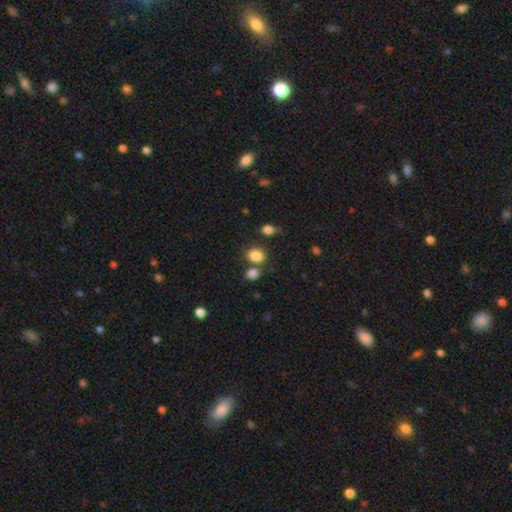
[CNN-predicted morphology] smooth-or-featured: smooth: 83% | star or artifact: 11% | featured or disk: 6%
  how-rounded: round: 56% | in between: 43% | cigar-shaped: 1%
  merging: none: 65% | merger: 19% | minor disturbance: 11% | major disturbance: 4%